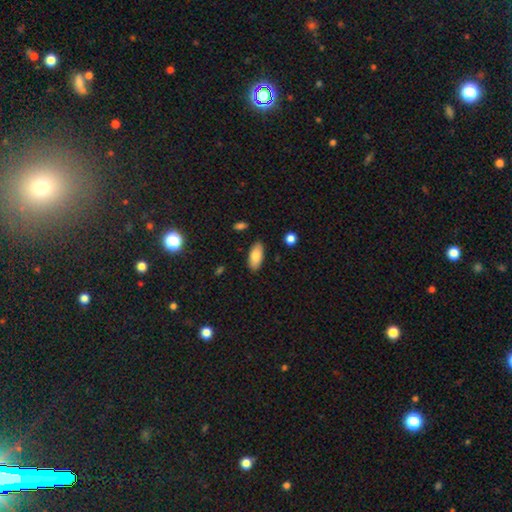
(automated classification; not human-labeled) Smooth or featured? Predicted: smooth (p=0.82). How rounded? Predicted: in between (p=0.89). Merging? Predicted: none (p=0.86).